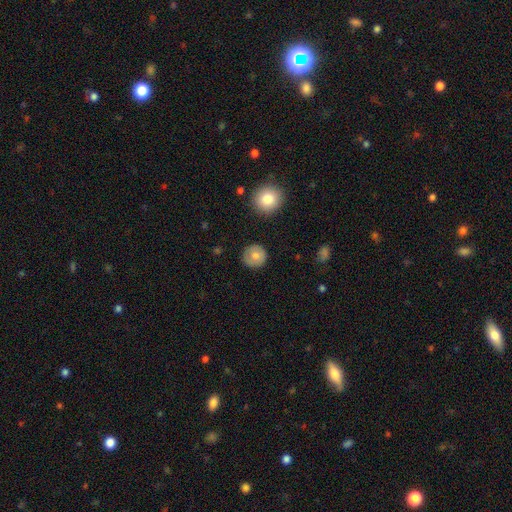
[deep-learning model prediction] smooth_or_featured: smooth (p=0.72) [alt: featured or disk p=0.20]
how_rounded: round (p=0.93) [alt: in between p=0.06]
merging: none (p=0.85) [alt: minor disturbance p=0.10]